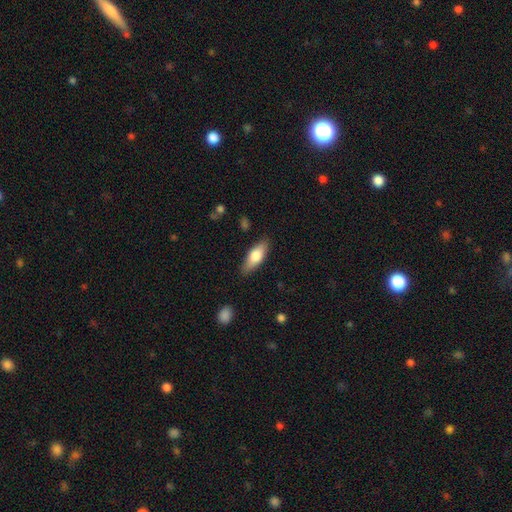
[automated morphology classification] Smooth or featured? smooth (71%)
How rounded? in between (67%)
Merging? none (85%)